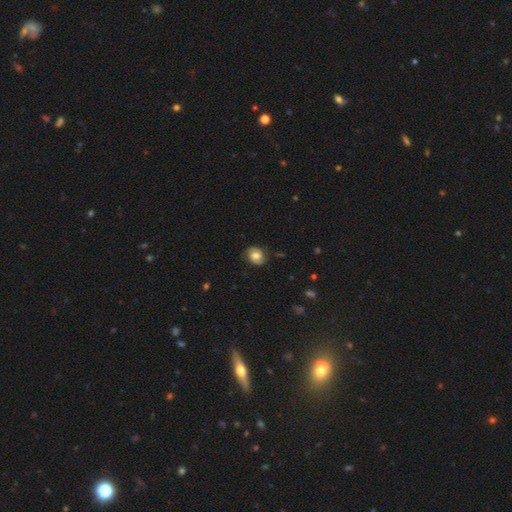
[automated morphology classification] Overall: smooth (60%; featured or disk 30%). How rounded: round (56%; in between 43%). Merging: none (78%).